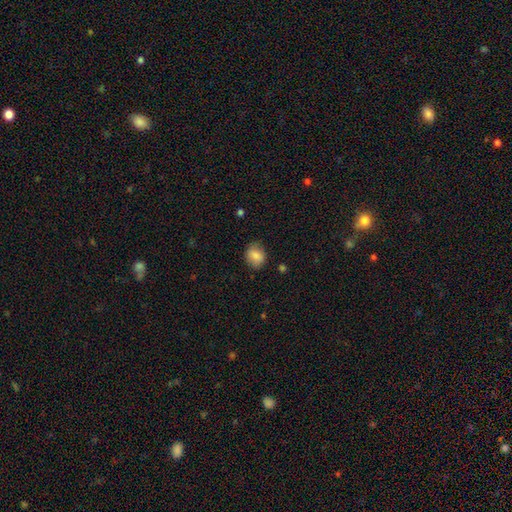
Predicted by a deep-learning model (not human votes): Smooth or featured? smooth (82%)
How rounded? round (56%)
Merging? none (77%)